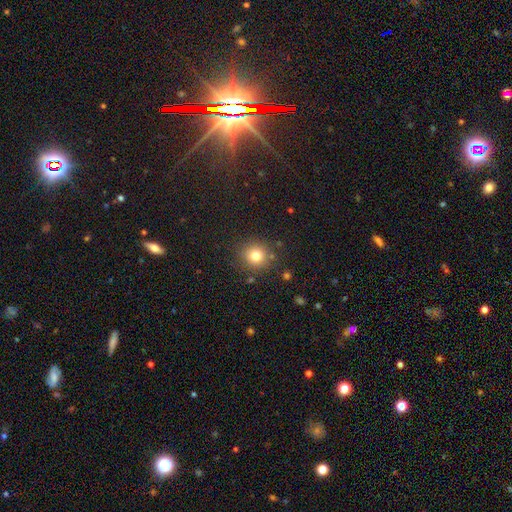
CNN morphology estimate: Smooth or featured? smooth (79%)
How rounded? round (91%)
Merging? none (86%)